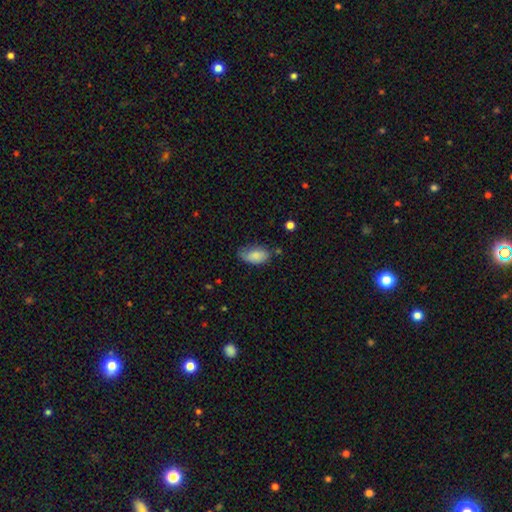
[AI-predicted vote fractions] Overall: smooth (81%). How rounded: in between (93%). Merging: none (55%; minor disturbance 33%).